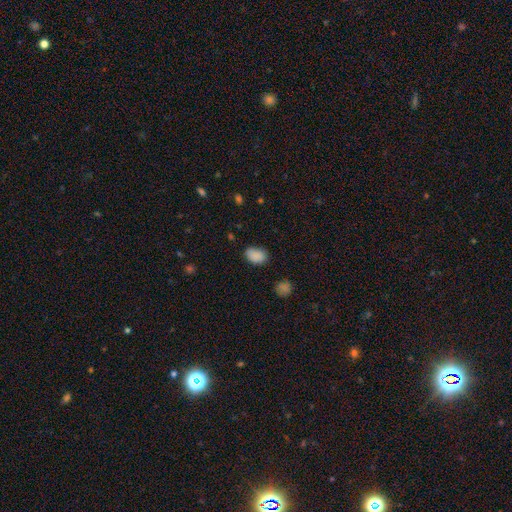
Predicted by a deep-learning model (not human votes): smooth 86%, star or artifact 10%, featured or disk 4%. Down the decision tree: how rounded — in between (84%); merging — none (70%).